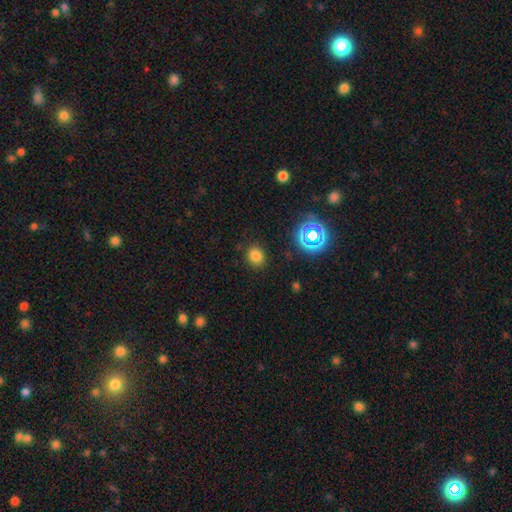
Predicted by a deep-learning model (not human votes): Smooth or featured: smooth — 76% (star or artifact — 18%)
How rounded: round — 76% (in between — 23%)
Merging: none — 87% (minor disturbance — 9%)